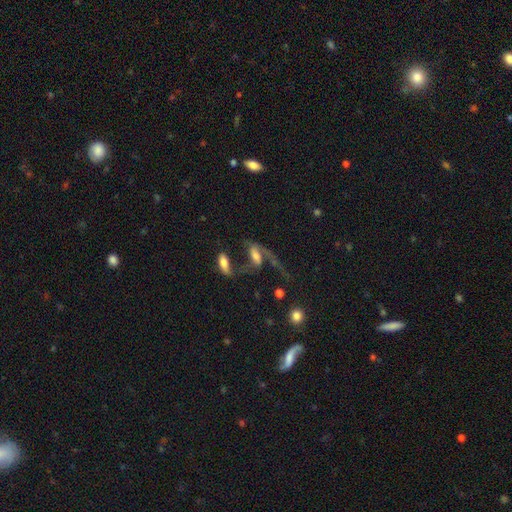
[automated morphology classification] A featured or disk galaxy (63%) with no bar (40%), spiral arms (76%) and a moderate central bulge (37%). Merging: major disturbance (37%).